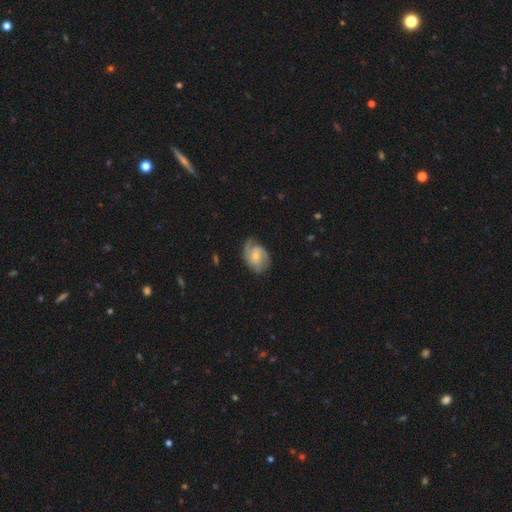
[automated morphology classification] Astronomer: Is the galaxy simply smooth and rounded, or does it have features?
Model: featured or disk — 80%.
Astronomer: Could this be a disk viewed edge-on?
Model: no — 97%.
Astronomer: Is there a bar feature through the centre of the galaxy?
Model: no — 66%.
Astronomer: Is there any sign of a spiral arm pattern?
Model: yes — 96%.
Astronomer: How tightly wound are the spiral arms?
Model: medium — 43% (runner-up: tight, 42%).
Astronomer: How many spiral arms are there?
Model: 2 — 51%.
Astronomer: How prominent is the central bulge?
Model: small — 50% (runner-up: moderate, 45%).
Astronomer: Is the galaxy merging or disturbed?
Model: none — 70%.